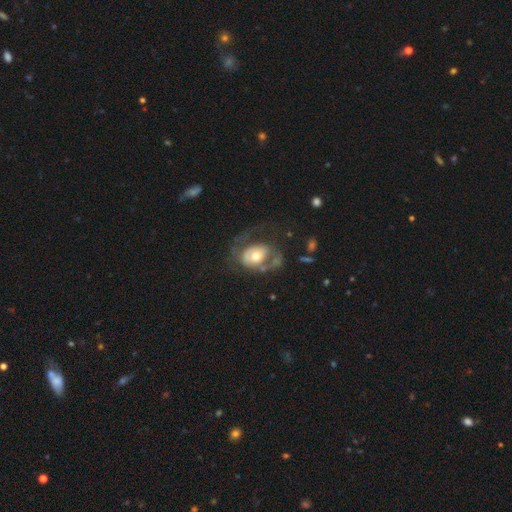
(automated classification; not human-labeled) The model was most divided on "spiral arms": no: 52%, yes: 48%. Remaining: edge-on disk — no (95%); bar — no (71%); bulge size — moderate (67%); smooth or featured — featured or disk (56%); merging — major disturbance (41%).